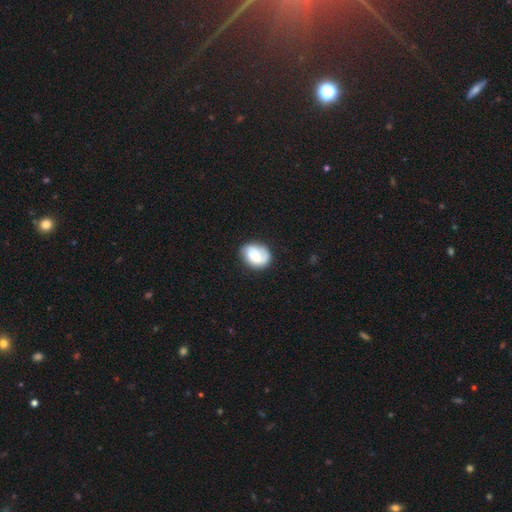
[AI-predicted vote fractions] A smooth galaxy with no disk features (55%) that is in between round and cigar-shaped (58%). Merging: none (68%).